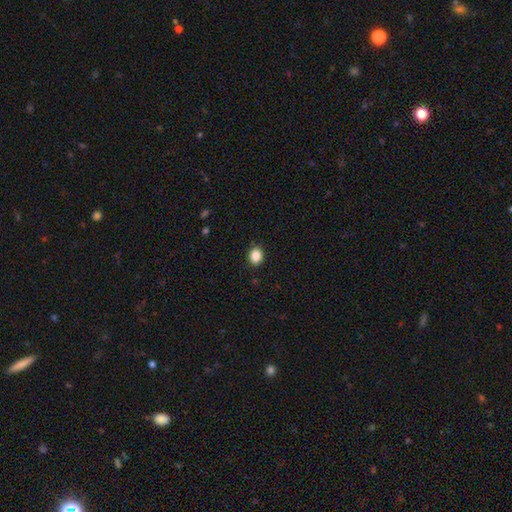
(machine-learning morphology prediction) smooth_or_featured: smooth (p=0.87) [alt: star or artifact p=0.10]
how_rounded: round (p=0.60) [alt: in between p=0.39]
merging: none (p=0.89) [alt: minor disturbance p=0.08]